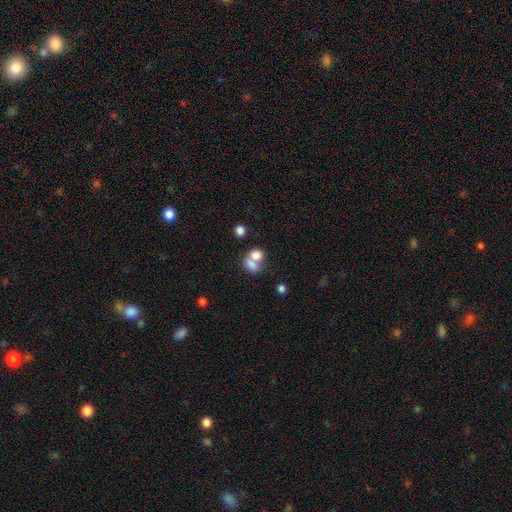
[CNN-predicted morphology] smooth 76%, featured or disk 14%, star or artifact 10%. Down the decision tree: how rounded — round (50%); merging — merger (62%).